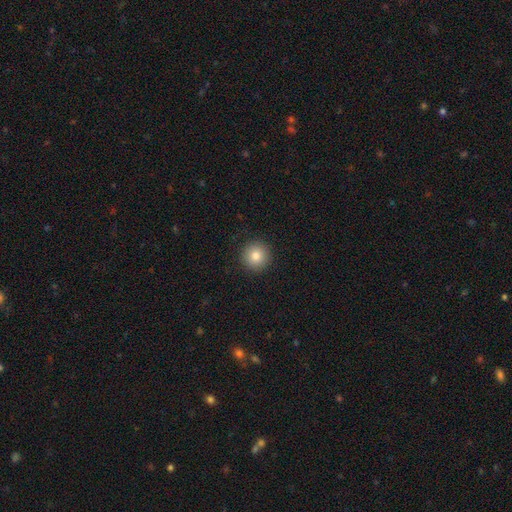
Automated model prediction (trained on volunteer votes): Smooth or featured? smooth (83%)
How rounded? round (95%)
Merging? none (92%)